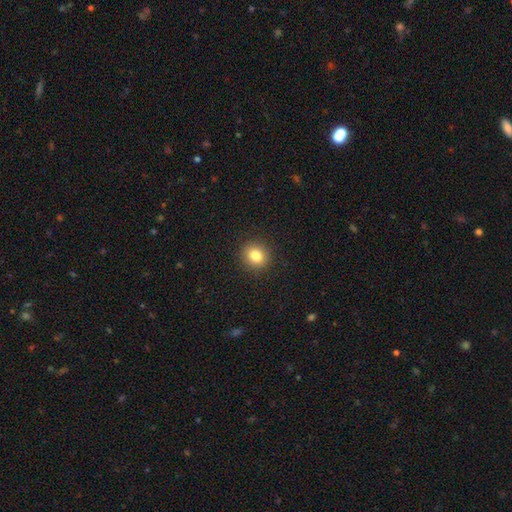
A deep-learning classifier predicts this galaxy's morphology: A smooth galaxy with no disk features (82%) that is round (79%).

Vote fractions:
- Smooth or featured? smooth: 82% / star or artifact: 11% / featured or disk: 7%
- How rounded? round: 79% / in between: 20% / cigar-shaped: 1%
- Merging? none: 91% / minor disturbance: 6% / major disturbance: 2% / merger: 1%